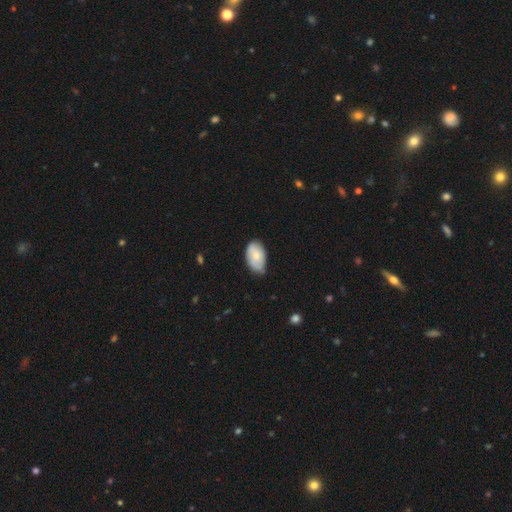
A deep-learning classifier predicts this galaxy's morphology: A smooth galaxy with no disk features (68%) that is in between round and cigar-shaped (94%).

Vote fractions:
- Smooth or featured? smooth: 68% / featured or disk: 25% / star or artifact: 6%
- How rounded? in between: 94% / round: 5% / cigar-shaped: 1%
- Merging? none: 55% / minor disturbance: 38% / major disturbance: 6% / merger: 2%